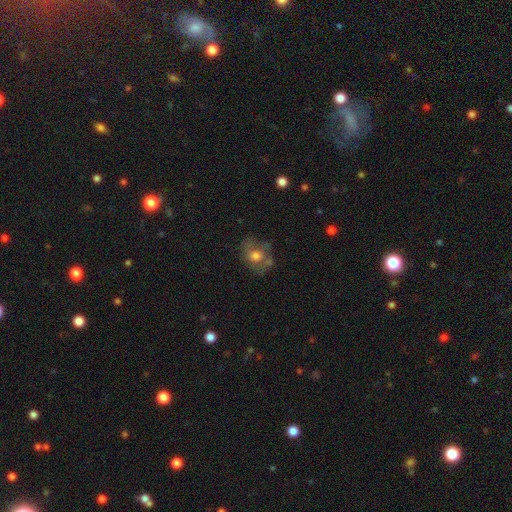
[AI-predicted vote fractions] This is possibly a smooth galaxy (53%). How rounded: possibly round (54%). Merging: possibly none (54%).